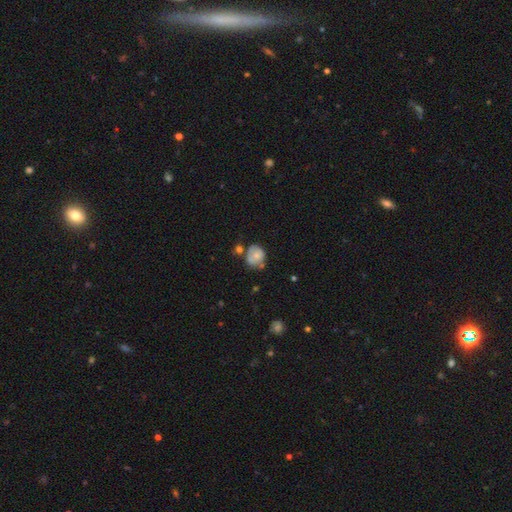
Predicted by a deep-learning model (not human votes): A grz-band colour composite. It shows a smooth galaxy with no disk features (62%) that is round (68%). Merging: none (50%).